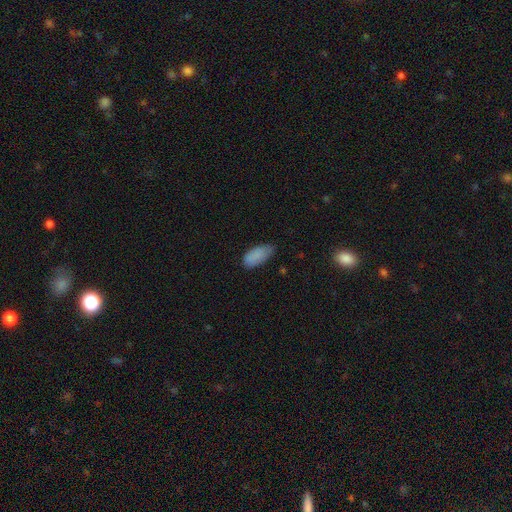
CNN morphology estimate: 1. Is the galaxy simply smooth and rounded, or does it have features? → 87% smooth, 7% star or artifact, 6% featured or disk.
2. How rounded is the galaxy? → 91% in between, 7% cigar-shaped, 2% round.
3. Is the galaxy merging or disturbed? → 63% none, 30% minor disturbance, 5% major disturbance, 1% merger.